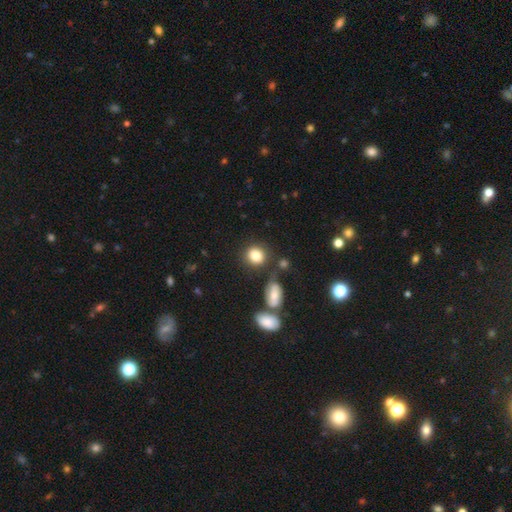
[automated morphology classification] Smooth or featured: smooth — 83% (star or artifact — 10%)
How rounded: round — 75% (in between — 24%)
Merging: none — 75% (minor disturbance — 12%)